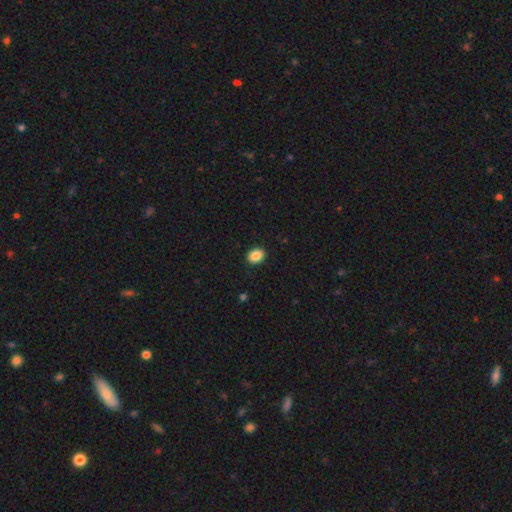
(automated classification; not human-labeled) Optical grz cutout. It shows a smooth galaxy with no disk features (88%) that is in between round and cigar-shaped (61%). Merging: none (91%).